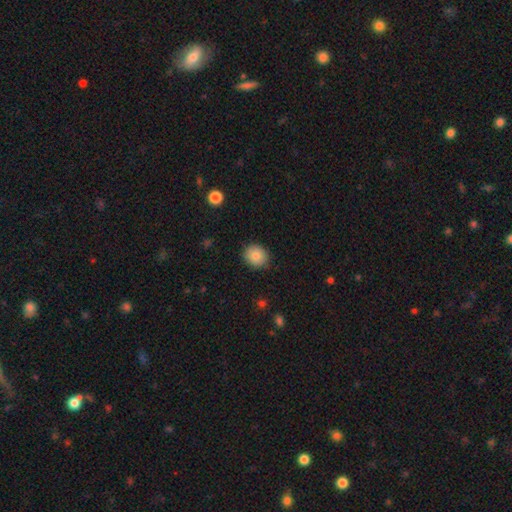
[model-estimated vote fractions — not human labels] Q: Smooth or featured?
A: smooth (82%); runner-up: featured or disk (9%)
Q: How rounded?
A: round (77%); runner-up: in between (22%)
Q: Merging?
A: none (89%); runner-up: minor disturbance (8%)